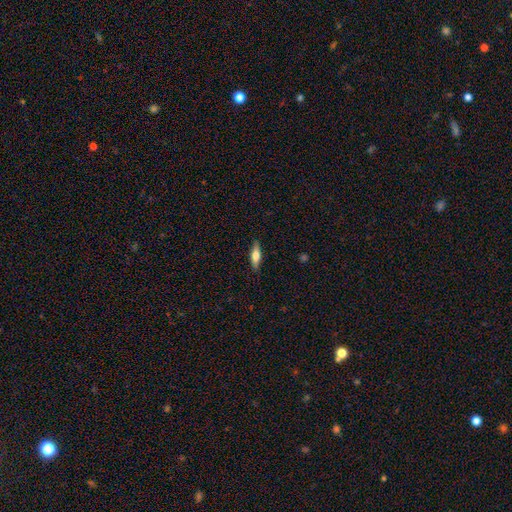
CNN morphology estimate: smooth-or-featured: smooth: 57% | featured or disk: 36% | star or artifact: 6%
  how-rounded: cigar-shaped: 56% | in between: 42% | round: 2%
  merging: none: 87% | minor disturbance: 10% | major disturbance: 2% | merger: 1%